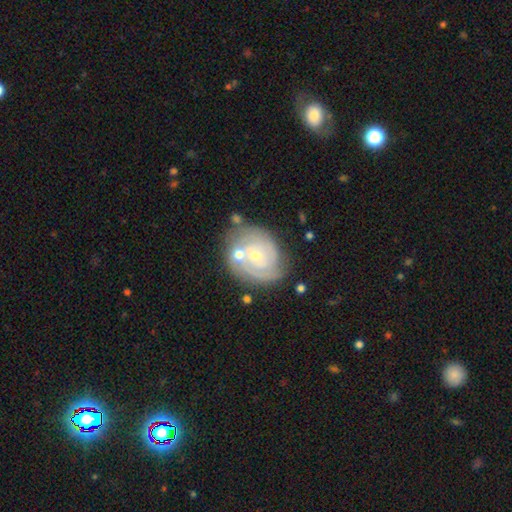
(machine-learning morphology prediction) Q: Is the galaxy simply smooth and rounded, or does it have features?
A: featured or disk — 80%.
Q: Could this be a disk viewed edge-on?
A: no — 97%.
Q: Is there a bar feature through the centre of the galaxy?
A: no — 72%.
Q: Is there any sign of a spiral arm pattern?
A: yes — 91%.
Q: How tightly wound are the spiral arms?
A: tight — 73%.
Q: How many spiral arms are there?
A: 2 — 36%.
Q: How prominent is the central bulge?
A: small — 68%.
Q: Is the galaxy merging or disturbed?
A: none — 63%.